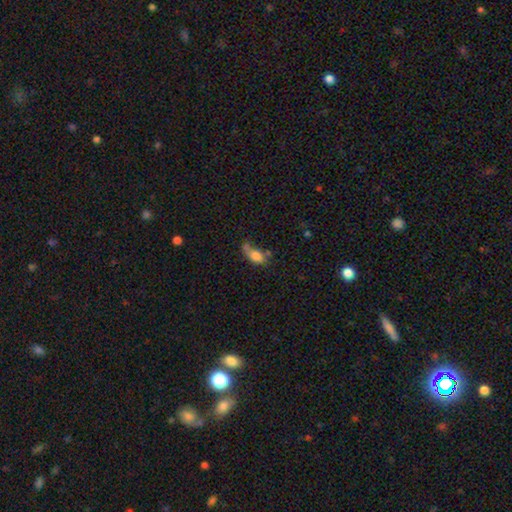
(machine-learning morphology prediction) This appears to be a smooth galaxy with no disk features (76%) that is in between round and cigar-shaped (82%). Merging: none (33%).